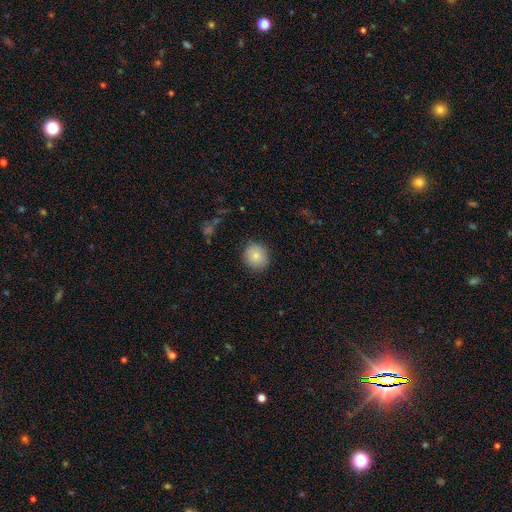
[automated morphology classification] smooth_or_featured: smooth (p=0.83) [alt: star or artifact p=0.08]
how_rounded: round (p=0.89) [alt: in between p=0.10]
merging: none (p=0.87) [alt: minor disturbance p=0.09]